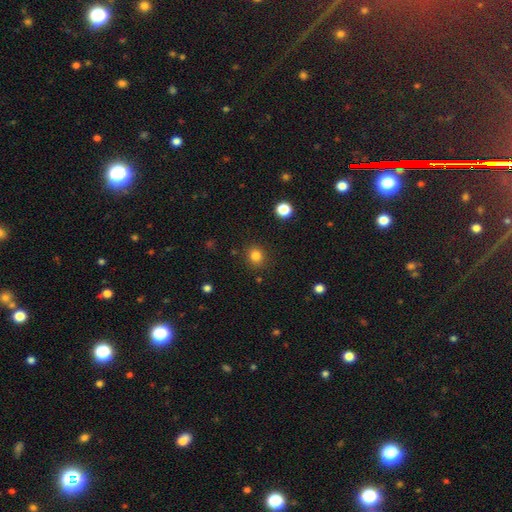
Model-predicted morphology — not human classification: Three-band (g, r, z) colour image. It shows a smooth galaxy with no disk features (82%) that is round (82%). Merging: none (88%).